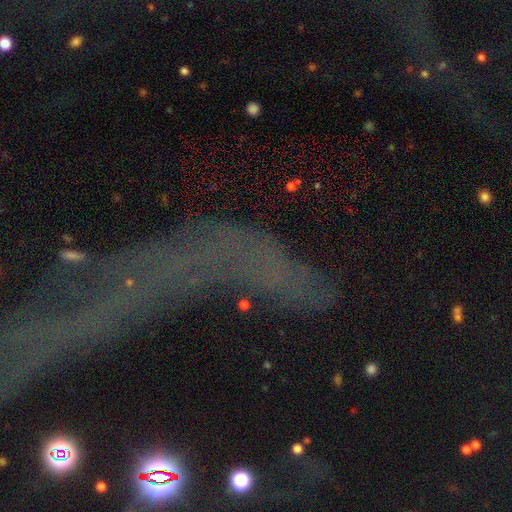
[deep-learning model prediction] Q: Smooth or featured?
A: star or artifact (57%); runner-up: featured or disk (23%)